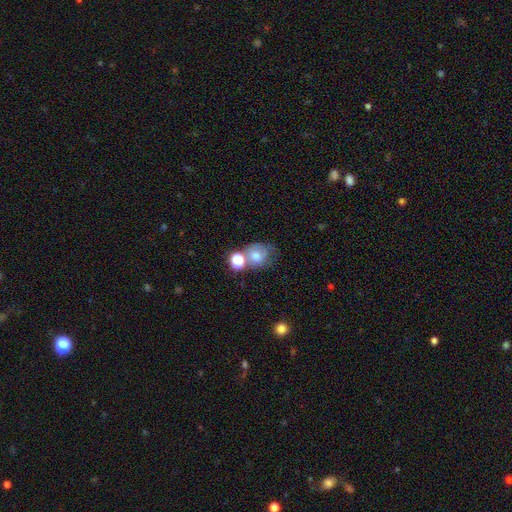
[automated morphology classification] A smooth galaxy with no disk features (64%) that is round (68%). Merging: none (37%).